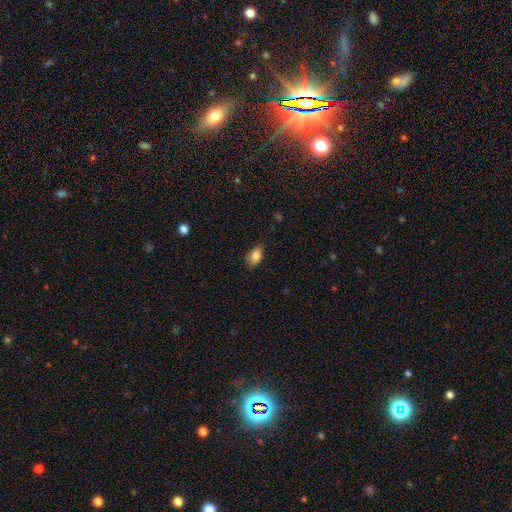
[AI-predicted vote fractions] Smooth or featured? smooth (85%)
How rounded? in between (88%)
Merging? none (76%)